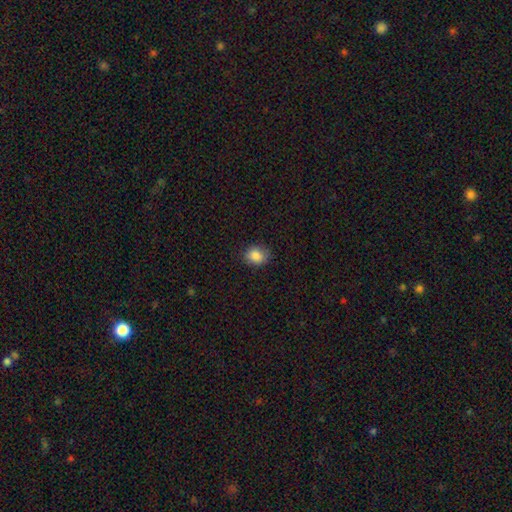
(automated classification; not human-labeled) This is clearly a smooth galaxy (85%). How rounded: possibly round (53%). Merging: clearly none (80%).